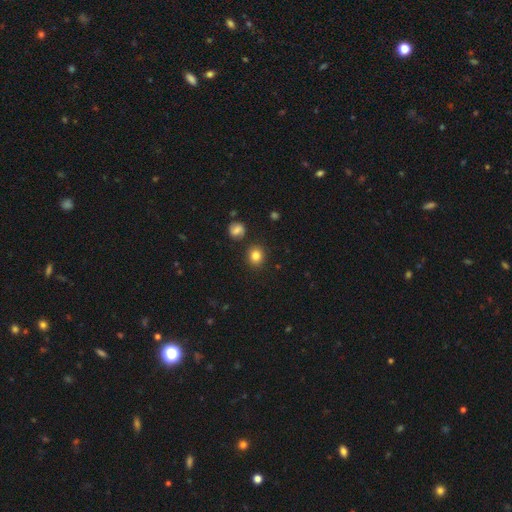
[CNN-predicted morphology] Q: Smooth or featured?
A: smooth (83%); runner-up: star or artifact (11%)
Q: How rounded?
A: round (76%); runner-up: in between (23%)
Q: Merging?
A: none (86%); runner-up: minor disturbance (8%)